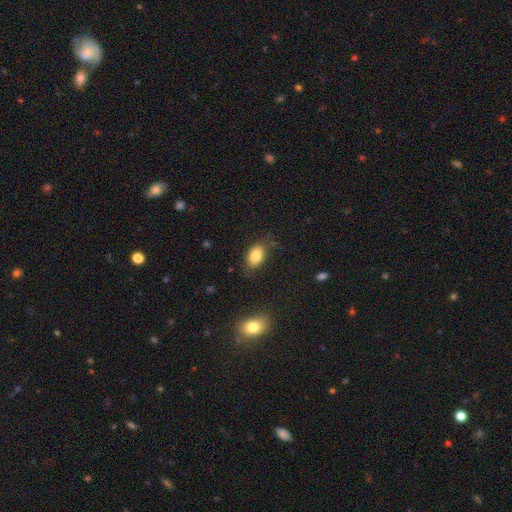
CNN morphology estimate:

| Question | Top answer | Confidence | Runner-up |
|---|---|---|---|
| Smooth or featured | smooth | 84% | star or artifact (8%) |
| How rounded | in between | 90% | round (8%) |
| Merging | none | 75% | minor disturbance (18%) |